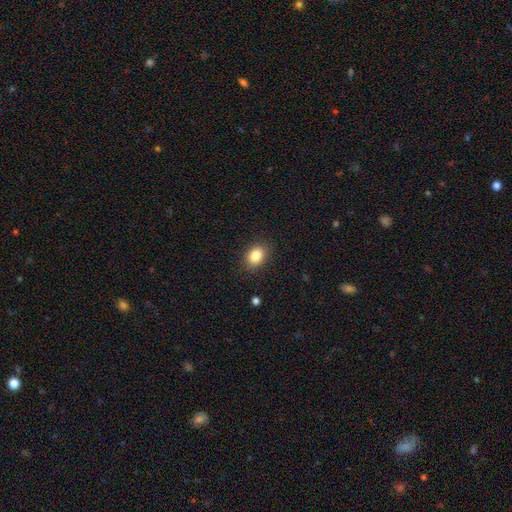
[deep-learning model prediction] smooth-or-featured: smooth: 84% | star or artifact: 10% | featured or disk: 6%
  how-rounded: in between: 63% | round: 36% | cigar-shaped: 1%
  merging: none: 87% | minor disturbance: 9% | major disturbance: 2% | merger: 1%